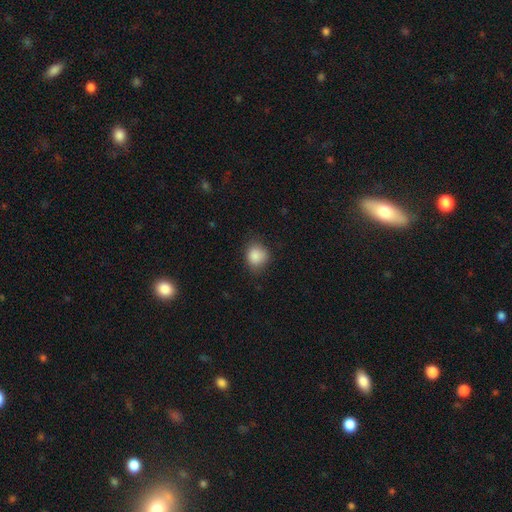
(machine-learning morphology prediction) Smooth or featured: smooth — 87% (star or artifact — 9%)
How rounded: round — 74% (in between — 25%)
Merging: none — 75% (minor disturbance — 20%)